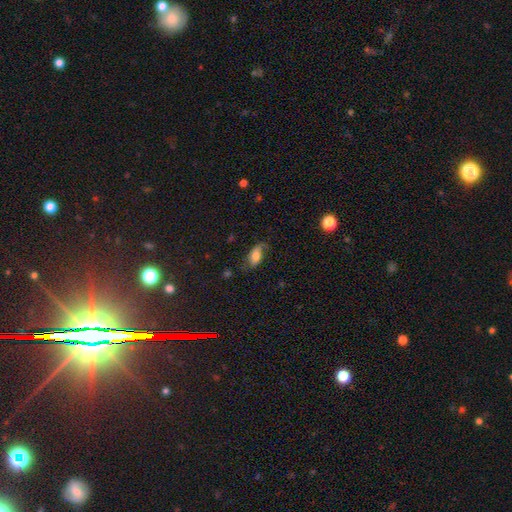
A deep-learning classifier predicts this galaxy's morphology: Smooth or featured: smooth — 55% (featured or disk — 36%)
How rounded: in between — 87% (cigar-shaped — 7%)
Merging: none — 61% (minor disturbance — 25%)